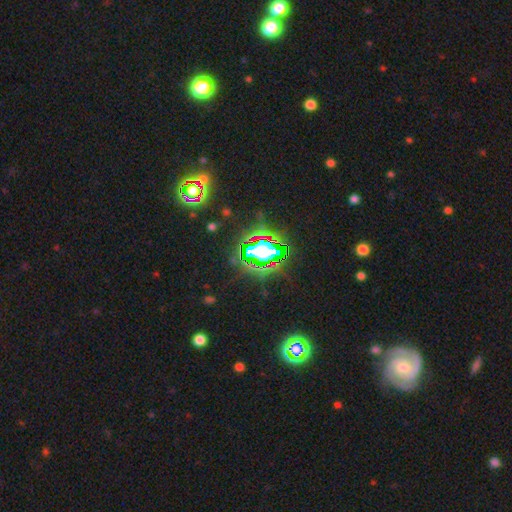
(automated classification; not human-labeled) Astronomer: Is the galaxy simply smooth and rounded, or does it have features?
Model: star or artifact — 74%.